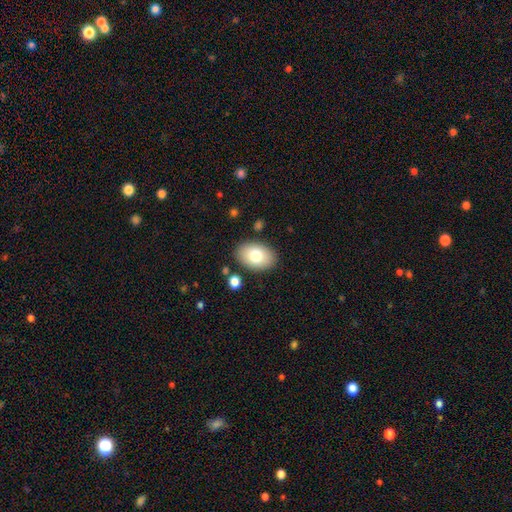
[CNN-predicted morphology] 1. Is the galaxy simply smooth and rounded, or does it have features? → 77% smooth, 16% featured or disk, 8% star or artifact.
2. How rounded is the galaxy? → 88% in between, 11% round, 1% cigar-shaped.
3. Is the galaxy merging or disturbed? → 86% none, 9% minor disturbance, 2% merger, 2% major disturbance.